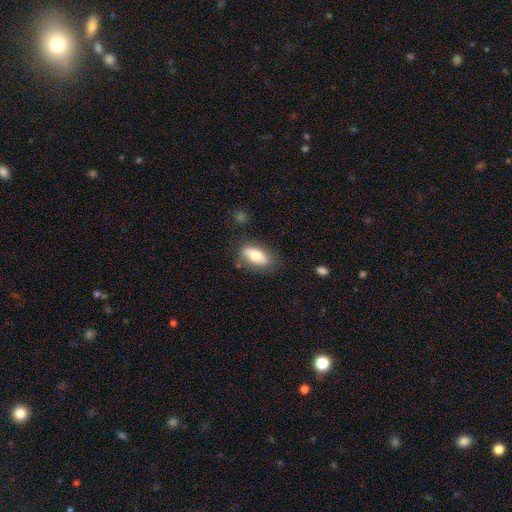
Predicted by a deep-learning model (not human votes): This appears to be a smooth galaxy with no disk features (73%) that is in between round and cigar-shaped (87%). Merging: none (76%).